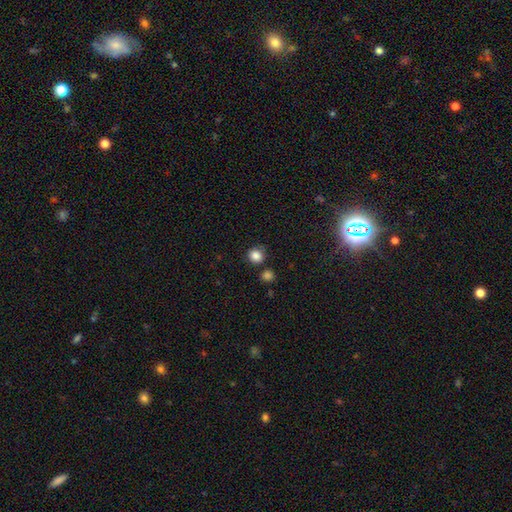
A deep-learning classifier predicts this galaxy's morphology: Overall: smooth (85%). How rounded: round (88%). Merging: none (79%).